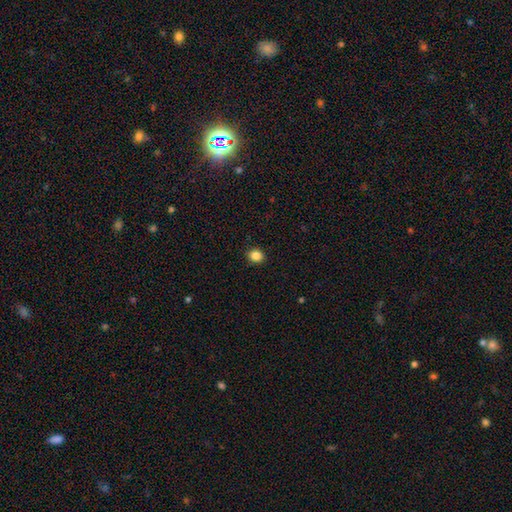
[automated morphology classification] Q: Smooth or featured?
A: smooth (86%); runner-up: star or artifact (11%)
Q: How rounded?
A: round (75%); runner-up: in between (24%)
Q: Merging?
A: none (91%); runner-up: minor disturbance (6%)